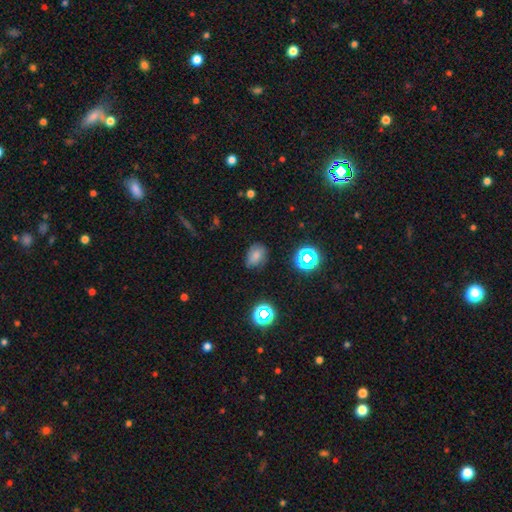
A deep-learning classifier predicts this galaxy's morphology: type=smooth (73%); roundness=in between (61%); merging=none (73%).